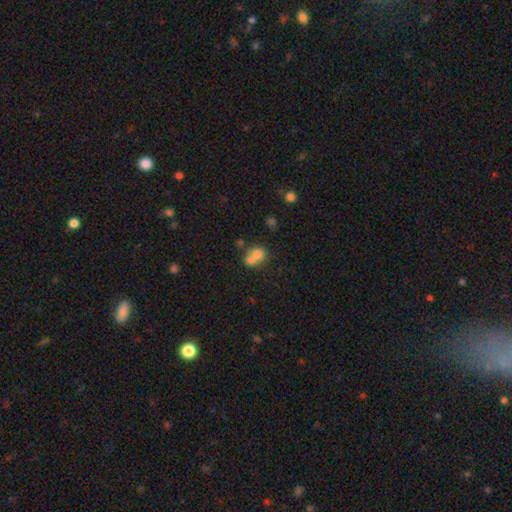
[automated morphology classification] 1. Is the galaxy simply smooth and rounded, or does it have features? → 69% smooth, 19% featured or disk, 12% star or artifact.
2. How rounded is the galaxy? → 68% round, 31% in between, 1% cigar-shaped.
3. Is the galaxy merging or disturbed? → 67% merger, 24% none, 6% minor disturbance, 3% major disturbance.